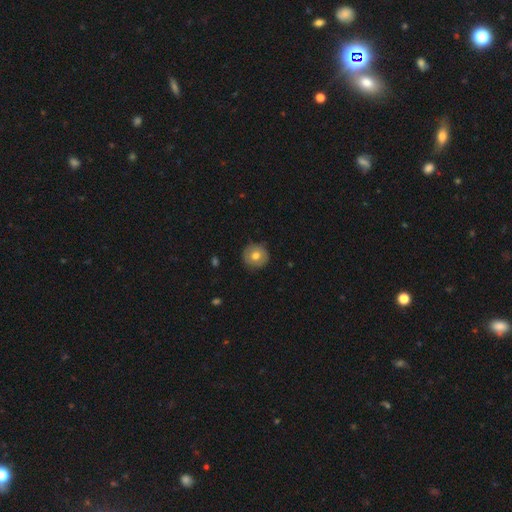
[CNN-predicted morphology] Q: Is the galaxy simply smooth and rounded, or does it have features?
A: smooth — 70%.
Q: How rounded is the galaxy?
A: round — 94%.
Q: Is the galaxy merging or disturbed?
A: none — 87%.